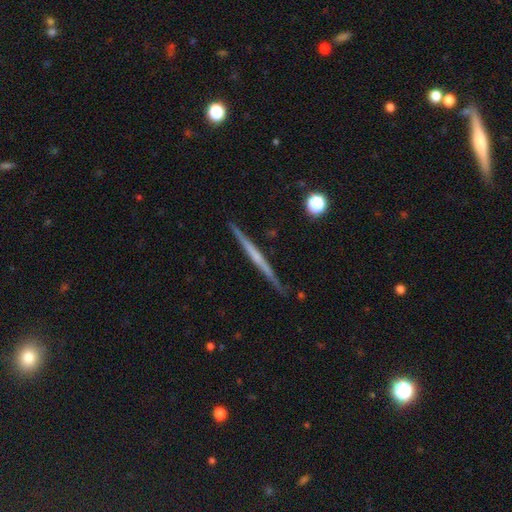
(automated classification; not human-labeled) Morphology: type=featured or disk (67%); edge-on=yes (98%); edge-on bulge=none (74%); merging=none (90%).